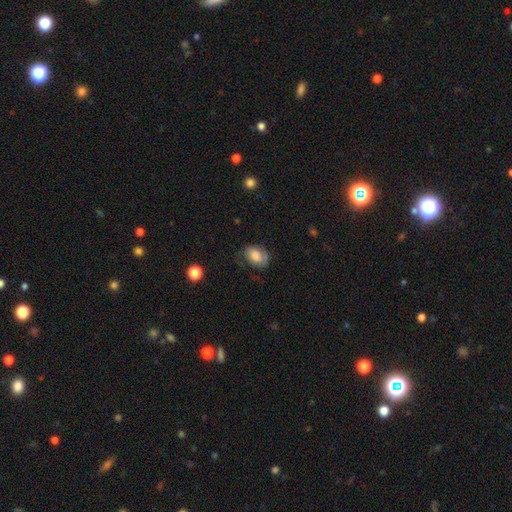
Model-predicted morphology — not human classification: Smooth or featured? Predicted: smooth (p=0.66). How rounded? Predicted: in between (p=0.79). Merging? Predicted: none (p=0.52).